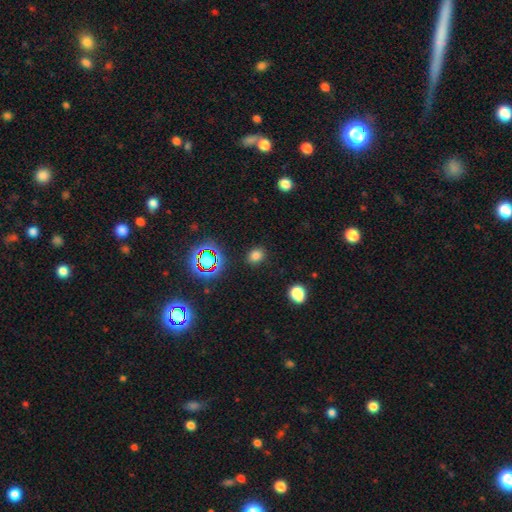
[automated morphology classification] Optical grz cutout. It shows a smooth galaxy with no disk features (74%) that is round (52%). Merging: none (87%).